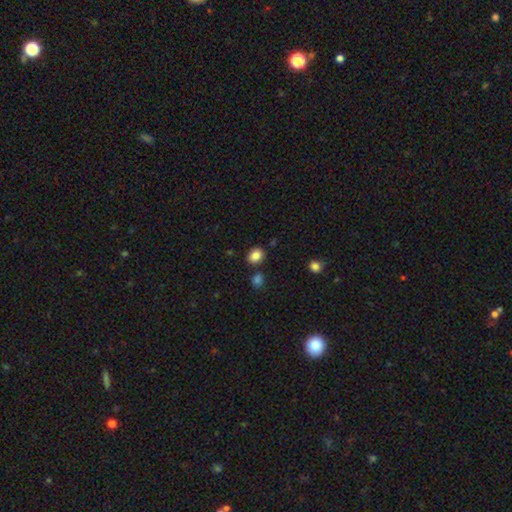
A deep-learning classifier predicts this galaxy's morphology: Smooth or featured? Predicted: smooth (p=0.85). How rounded? Predicted: round (p=0.61). Merging? Predicted: none (p=0.82).